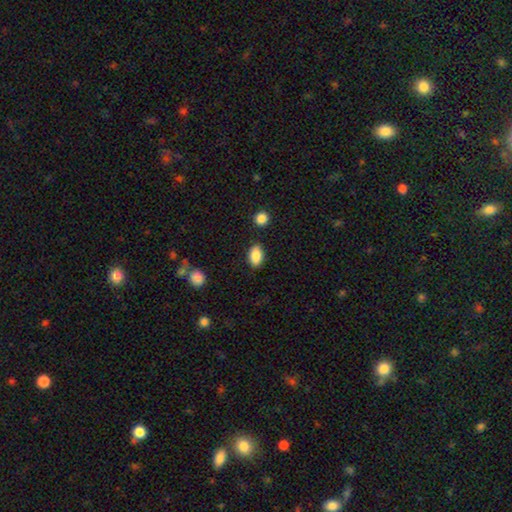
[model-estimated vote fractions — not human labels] Q: Smooth or featured?
A: smooth (88%); runner-up: star or artifact (7%)
Q: How rounded?
A: in between (90%); runner-up: round (8%)
Q: Merging?
A: none (84%); runner-up: minor disturbance (10%)